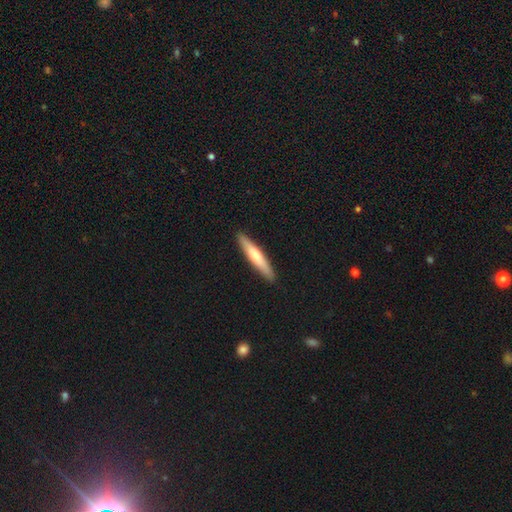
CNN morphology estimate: smooth 64%, featured or disk 32%, star or artifact 5%. Down the decision tree: how rounded — cigar-shaped (93%); merging — none (91%).